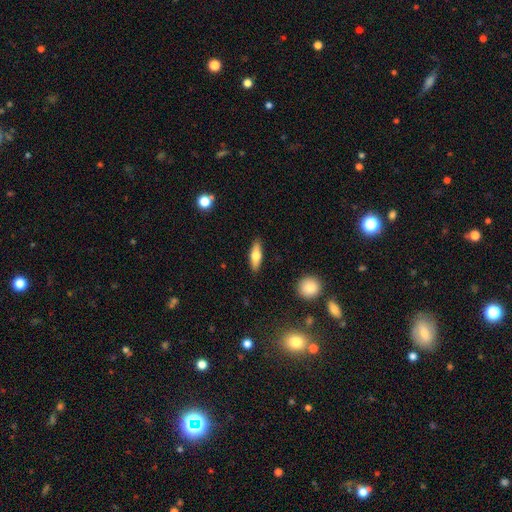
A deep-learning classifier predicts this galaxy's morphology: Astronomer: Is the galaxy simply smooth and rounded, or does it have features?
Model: smooth — 61%.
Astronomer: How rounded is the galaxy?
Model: in between — 52% (runner-up: cigar-shaped, 45%).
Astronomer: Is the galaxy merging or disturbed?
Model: none — 88%.